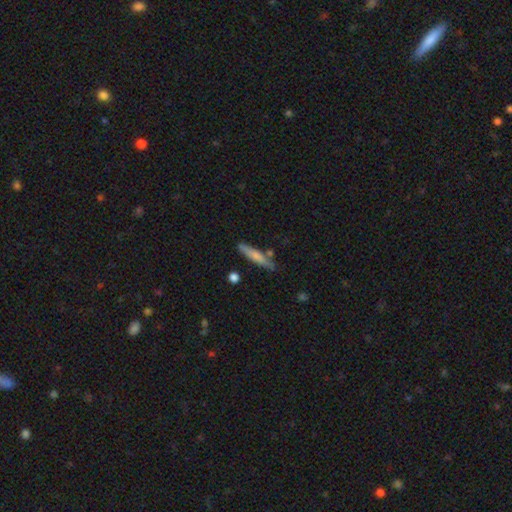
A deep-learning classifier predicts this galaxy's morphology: smooth-or-featured: smooth: 66% | featured or disk: 28% | star or artifact: 6%
  how-rounded: cigar-shaped: 89% | in between: 10% | round: 2%
  merging: none: 78% | minor disturbance: 14% | merger: 6% | major disturbance: 3%